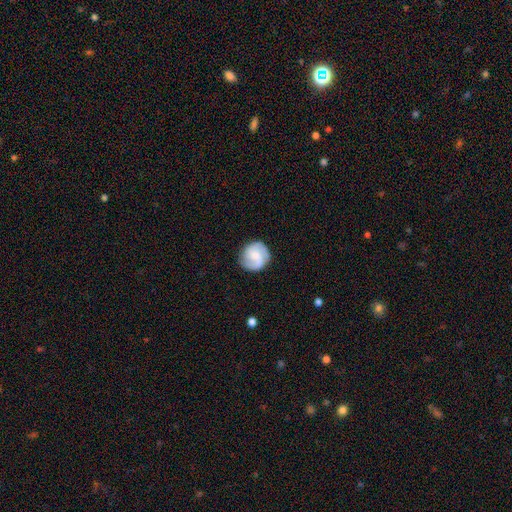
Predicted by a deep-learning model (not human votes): Smooth or featured? Predicted: featured or disk (p=0.61). Edge-on disk? Predicted: no (p=0.98). Bar? Predicted: no (p=0.49). Spiral arms? Predicted: yes (p=0.93). Spiral winding? Predicted: medium (p=0.46). Spiral arm count? Predicted: 2 (p=0.64). Bulge size? Predicted: small (p=0.46). Merging? Predicted: none (p=0.82).